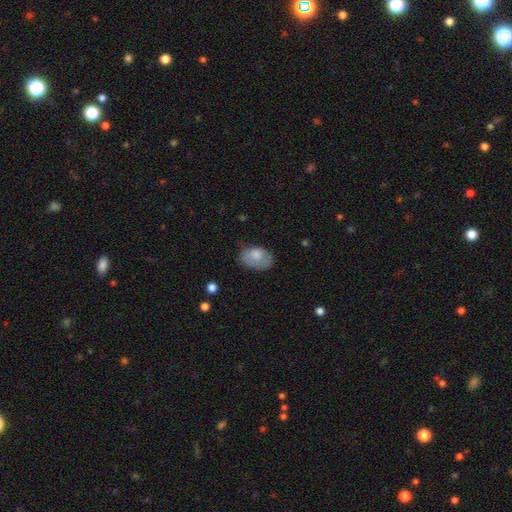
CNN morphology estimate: A smooth galaxy with no disk features (75%) that is in between round and cigar-shaped (88%).

Vote fractions:
- Smooth or featured? smooth: 75% / featured or disk: 18% / star or artifact: 7%
- How rounded? in between: 88% / round: 11% / cigar-shaped: 1%
- Merging? none: 61% / minor disturbance: 28% / major disturbance: 10% / merger: 2%